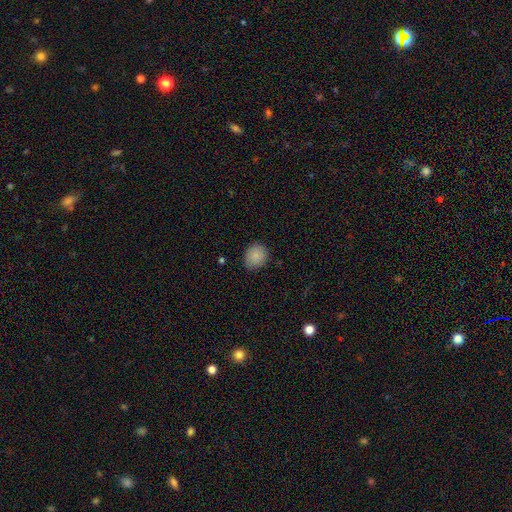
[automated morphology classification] smooth_or_featured: smooth (p=0.86) [alt: star or artifact p=0.08]
how_rounded: round (p=0.64) [alt: in between p=0.35]
merging: none (p=0.84) [alt: minor disturbance p=0.13]